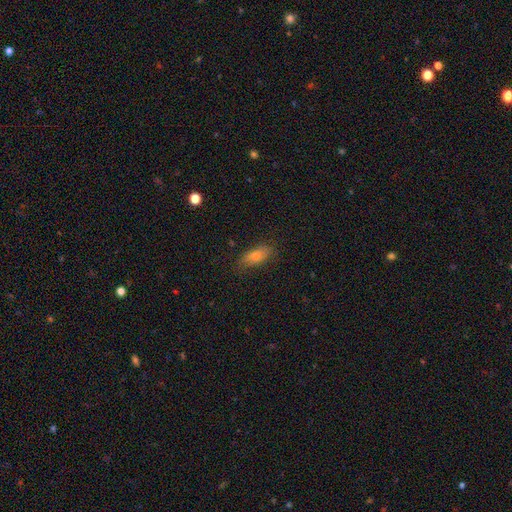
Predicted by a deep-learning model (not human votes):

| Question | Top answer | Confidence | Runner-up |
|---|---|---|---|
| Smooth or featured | smooth | 80% | featured or disk (12%) |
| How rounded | in between | 82% | cigar-shaped (15%) |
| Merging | none | 73% | minor disturbance (20%) |